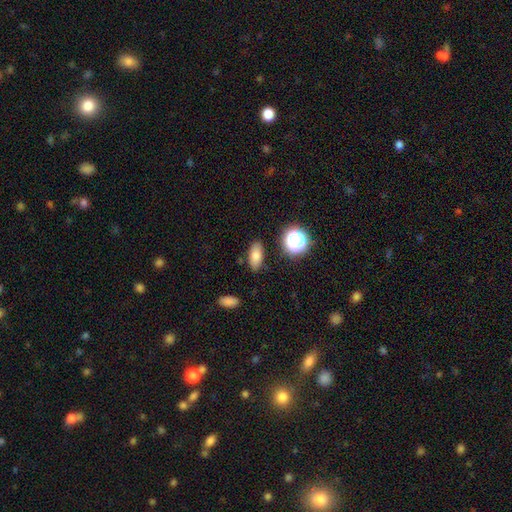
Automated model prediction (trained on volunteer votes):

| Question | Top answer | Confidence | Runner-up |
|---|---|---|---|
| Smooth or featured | smooth | 79% | star or artifact (12%) |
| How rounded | in between | 83% | cigar-shaped (9%) |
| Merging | none | 85% | minor disturbance (10%) |